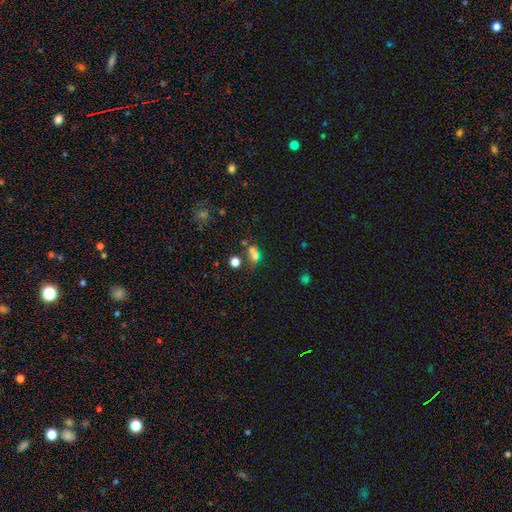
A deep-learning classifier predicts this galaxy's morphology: Overall: smooth (56%; star or artifact 31%). How rounded: round (50%; in between 46%). Merging: none (50%; merger 30%).